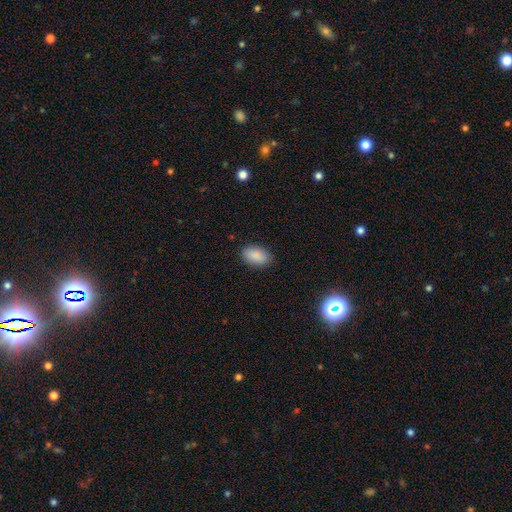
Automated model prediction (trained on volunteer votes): Smooth or featured?
  - smooth: 89% *
  - star or artifact: 7%
  - featured or disk: 4%
How rounded?
  - in between: 92% *
  - round: 6%
  - cigar-shaped: 2%
Merging?
  - none: 85% *
  - minor disturbance: 11%
  - major disturbance: 3%
  - merger: 1%